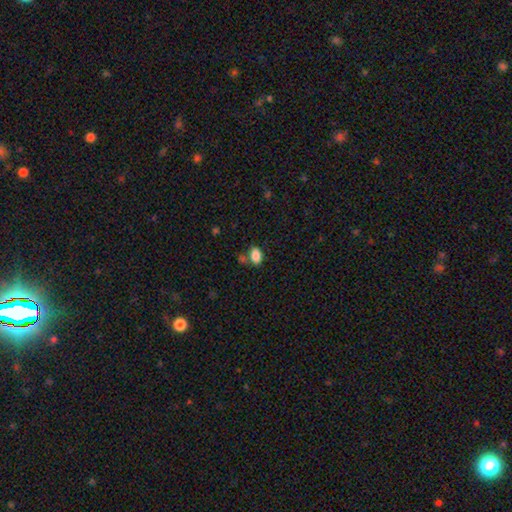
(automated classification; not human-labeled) smooth-or-featured: smooth: 86% | star or artifact: 9% | featured or disk: 5%
  how-rounded: in between: 85% | round: 13% | cigar-shaped: 2%
  merging: none: 67% | minor disturbance: 15% | merger: 14% | major disturbance: 4%